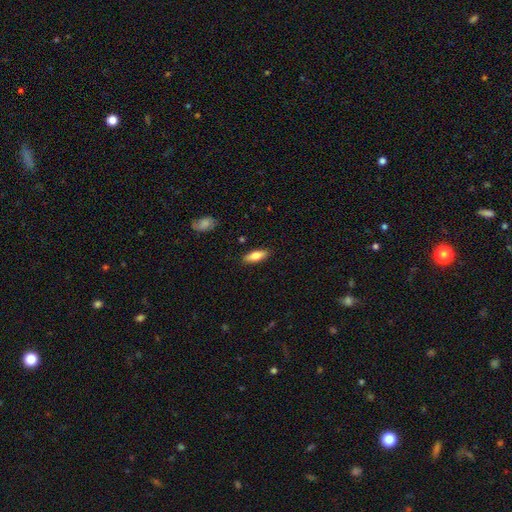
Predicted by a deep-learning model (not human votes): A smooth galaxy with no disk features (79%) that is in between round and cigar-shaped (71%). Merging: none (87%).